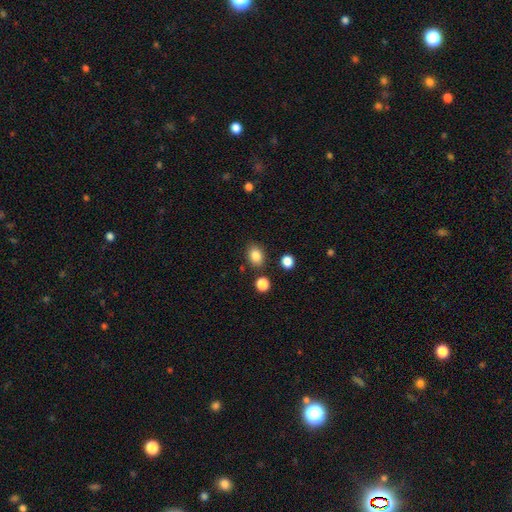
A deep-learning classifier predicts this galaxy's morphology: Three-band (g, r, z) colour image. It shows a smooth galaxy with no disk features (85%) that is in between round and cigar-shaped (63%). Merging: none (83%).